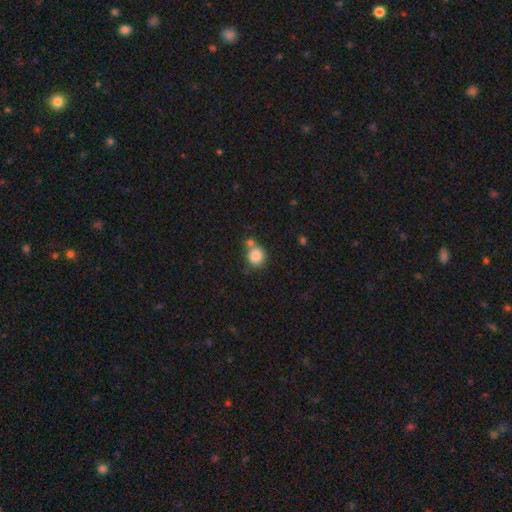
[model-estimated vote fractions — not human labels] The model was most divided on "merging": none: 57%, merger: 28%, minor disturbance: 11%, major disturbance: 4%. More confident: how rounded — round (85%); smooth or featured — smooth (84%).